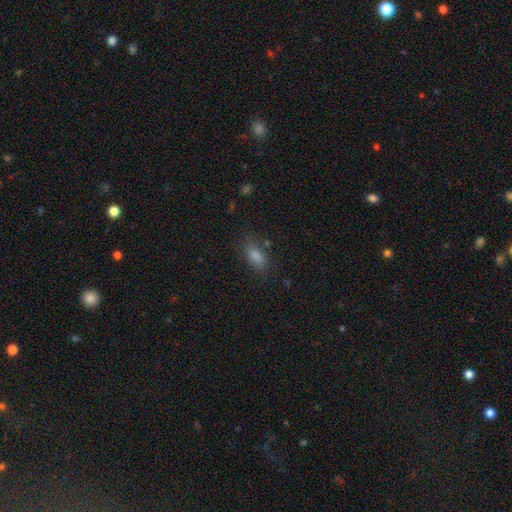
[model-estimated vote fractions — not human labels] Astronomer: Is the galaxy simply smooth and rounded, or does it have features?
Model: smooth — 77%.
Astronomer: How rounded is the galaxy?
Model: in between — 83%.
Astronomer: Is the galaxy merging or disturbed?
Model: none — 79%.